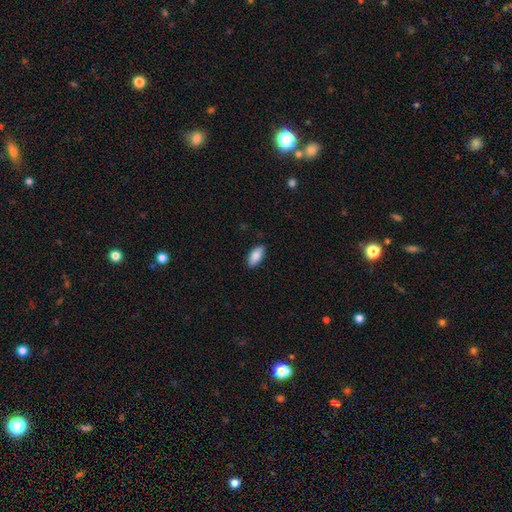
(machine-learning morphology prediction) The model was most divided on "how rounded": in between: 88%, cigar-shaped: 10%, round: 2%. More confident: merging — none (88%); smooth or featured — smooth (87%).